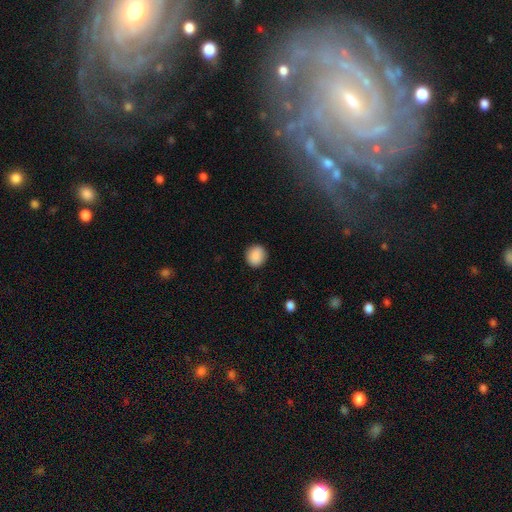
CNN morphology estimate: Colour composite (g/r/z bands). It shows a smooth galaxy with no disk features (89%) that is round (85%). Merging: none (90%).